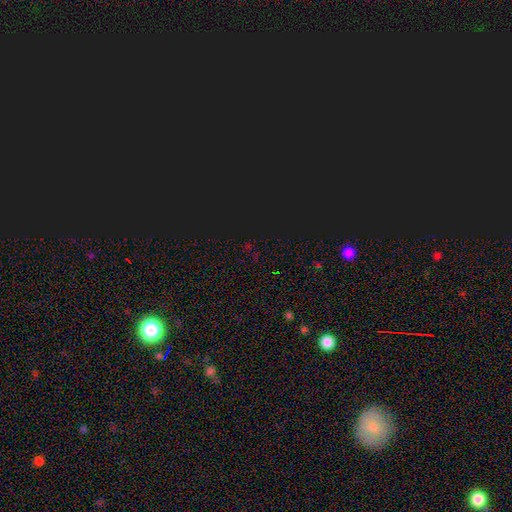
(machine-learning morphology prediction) A star or artifact, not a galaxy (76%).